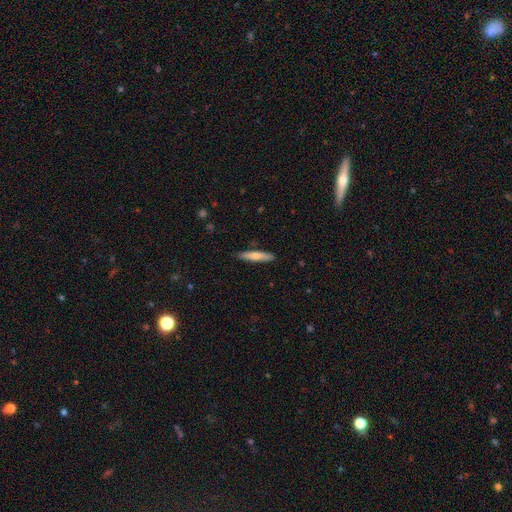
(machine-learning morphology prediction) A smooth galaxy with no disk features (64%) that is cigar-shaped (87%). Merging: none (88%).